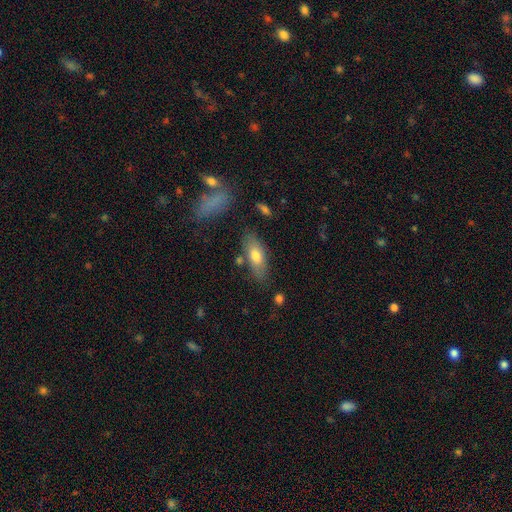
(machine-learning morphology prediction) smooth_or_featured: smooth (p=0.70) [alt: featured or disk p=0.23]
how_rounded: in between (p=0.72) [alt: cigar-shaped p=0.25]
merging: none (p=0.76) [alt: minor disturbance p=0.15]